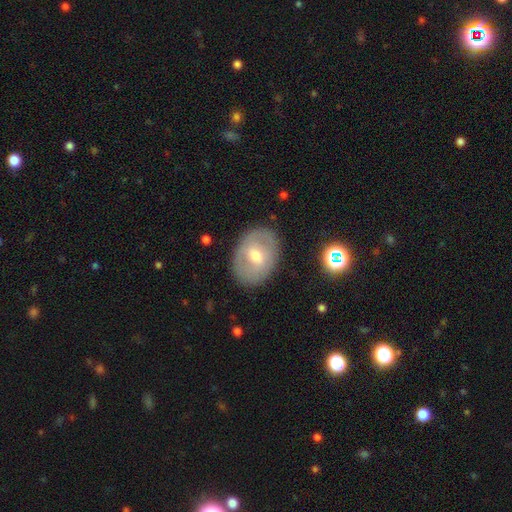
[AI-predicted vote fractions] featured or disk 49%, smooth 43%, star or artifact 9%. Down the decision tree: merging — none (83%).